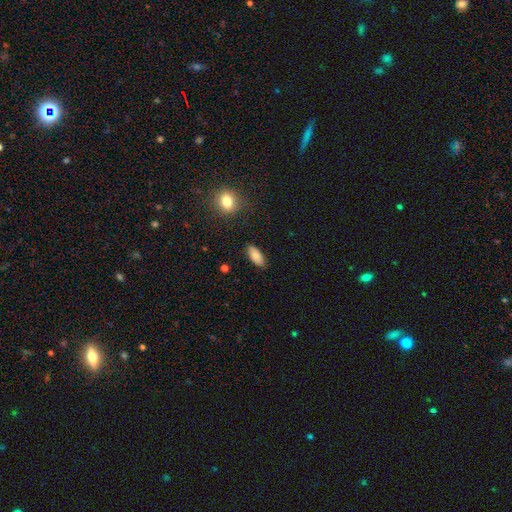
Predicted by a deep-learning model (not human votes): This appears to be a smooth galaxy with no disk features (85%) that is in between round and cigar-shaped (84%). Merging: none (85%).